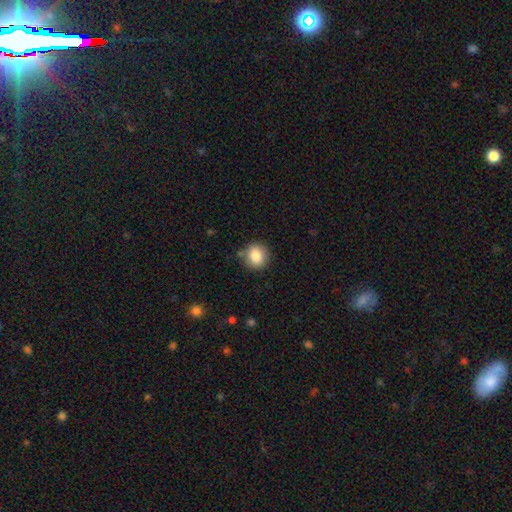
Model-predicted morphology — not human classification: Q: Smooth or featured?
A: smooth (86%); runner-up: star or artifact (9%)
Q: How rounded?
A: round (85%); runner-up: in between (14%)
Q: Merging?
A: none (82%); runner-up: minor disturbance (12%)